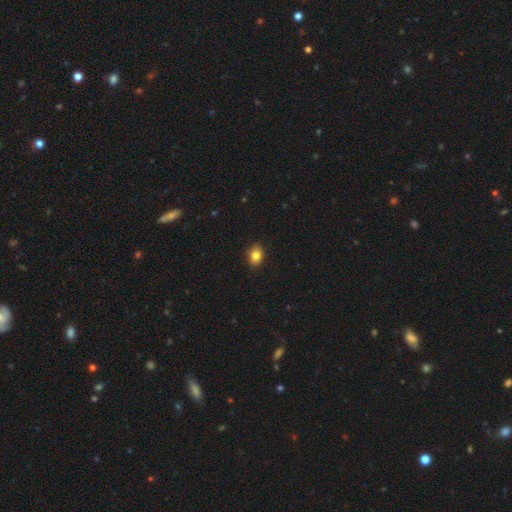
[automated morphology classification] smooth-or-featured: smooth: 83% | star or artifact: 9% | featured or disk: 7%
  how-rounded: in between: 73% | round: 25% | cigar-shaped: 1%
  merging: none: 87% | minor disturbance: 10% | major disturbance: 2% | merger: 1%